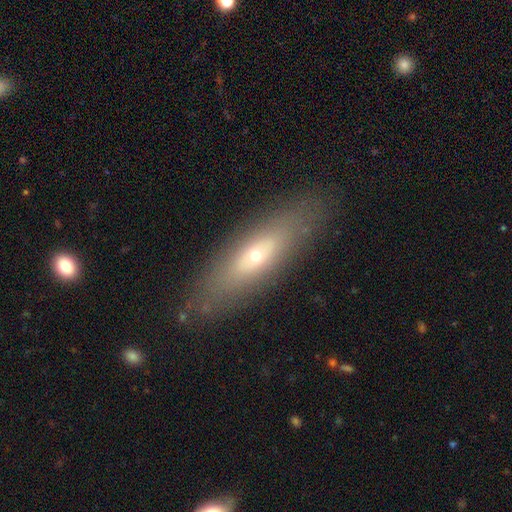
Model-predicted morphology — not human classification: type=featured or disk (46%); merging=none (86%).